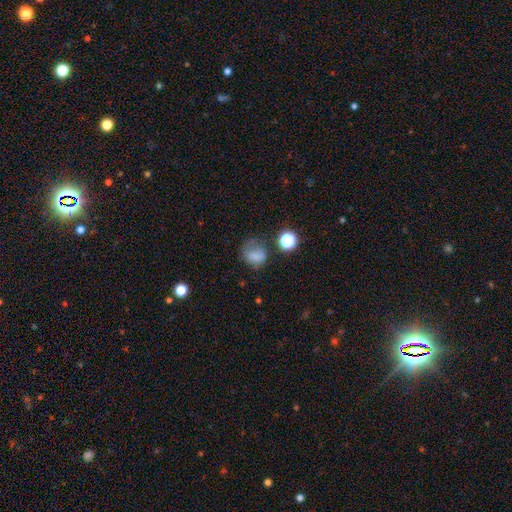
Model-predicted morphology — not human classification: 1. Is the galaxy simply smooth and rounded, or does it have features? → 72% smooth, 16% star or artifact, 13% featured or disk.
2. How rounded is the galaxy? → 63% round, 36% in between, 1% cigar-shaped.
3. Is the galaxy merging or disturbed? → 47% none, 28% minor disturbance, 20% major disturbance, 5% merger.